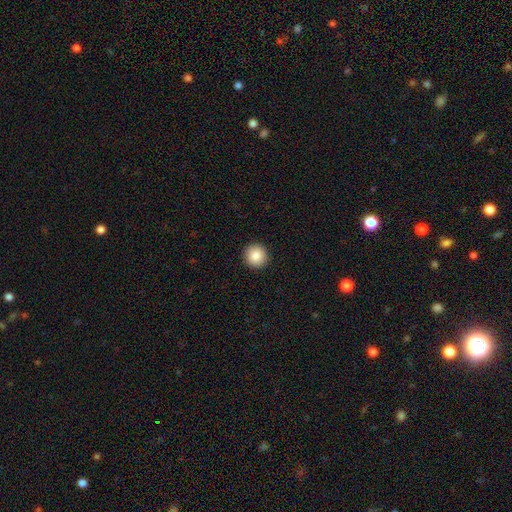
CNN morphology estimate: A smooth galaxy with no disk features (86%) that is round (95%).

Vote fractions:
- Smooth or featured? smooth: 86% / star or artifact: 9% / featured or disk: 5%
- How rounded? round: 95% / in between: 4% / cigar-shaped: 1%
- Merging? none: 93% / minor disturbance: 4% / major disturbance: 1% / merger: 1%